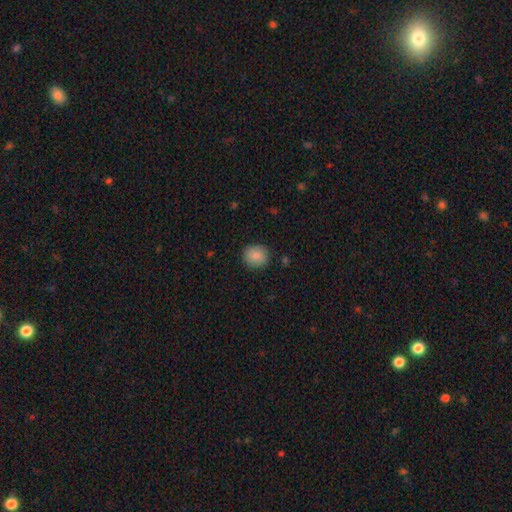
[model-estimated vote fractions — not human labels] This appears to be a smooth galaxy with no disk features (85%) that is round (79%). Merging: none (87%).